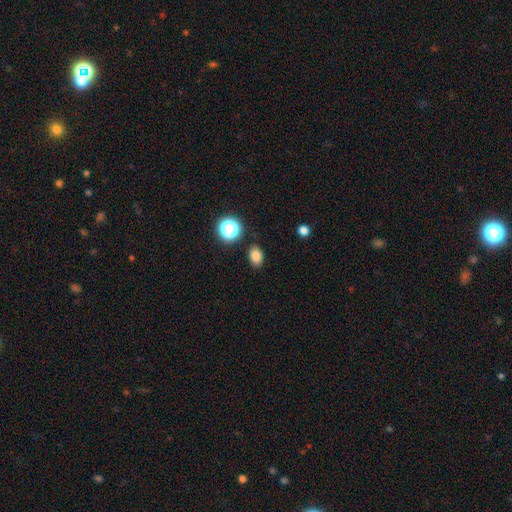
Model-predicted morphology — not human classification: Smooth or featured?
  - smooth: 82% *
  - star or artifact: 13%
  - featured or disk: 5%
How rounded?
  - in between: 71% *
  - round: 27%
  - cigar-shaped: 1%
Merging?
  - none: 86% *
  - minor disturbance: 9%
  - major disturbance: 3%
  - merger: 2%